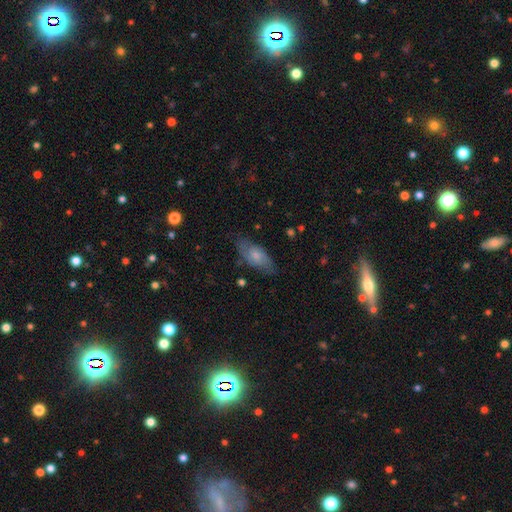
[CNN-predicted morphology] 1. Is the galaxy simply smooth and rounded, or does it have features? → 62% smooth, 31% featured or disk, 7% star or artifact.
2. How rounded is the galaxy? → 82% in between, 15% cigar-shaped, 3% round.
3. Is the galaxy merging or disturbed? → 71% none, 21% minor disturbance, 7% major disturbance, 2% merger.